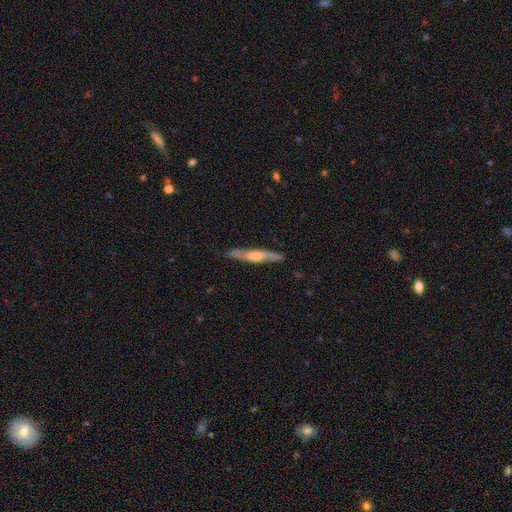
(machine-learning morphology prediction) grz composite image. It shows a featured or disk galaxy (62%) viewed edge-on (88%) with a rounded central bulge (68%). Merging: none (85%).